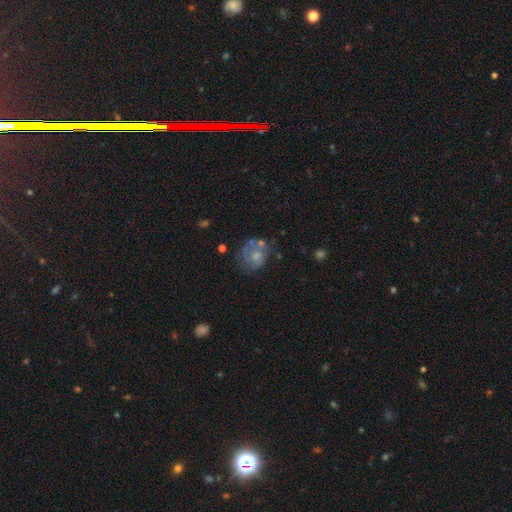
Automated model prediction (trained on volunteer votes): smooth_or_featured: featured or disk (p=0.52) [alt: smooth p=0.38]
disk_edge_on: no (p=0.98) [alt: yes p=0.02]
bar: no (p=0.79) [alt: weak p=0.18]
has_spiral_arms: yes (p=0.50) [tied with: no p=0.50]
bulge_size: moderate (p=0.37) [alt: small p=0.30]
merging: none (p=0.44) [alt: minor disturbance p=0.24]